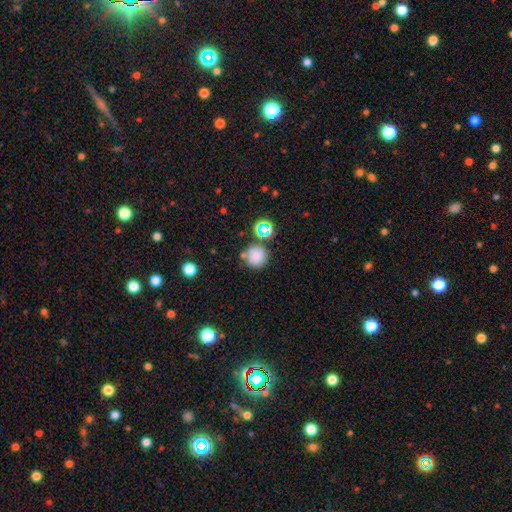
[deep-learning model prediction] Smooth or featured: smooth — 78% (star or artifact — 15%)
How rounded: round — 92% (in between — 7%)
Merging: none — 72% (minor disturbance — 12%)